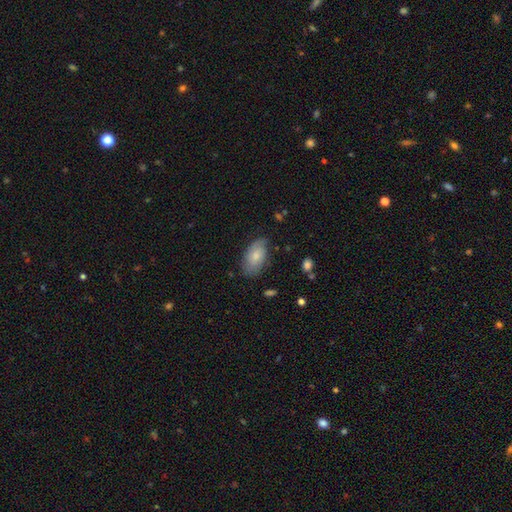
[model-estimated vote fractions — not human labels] Smooth or featured: smooth — 65% (featured or disk — 29%)
How rounded: in between — 93% (round — 4%)
Merging: none — 70% (minor disturbance — 23%)